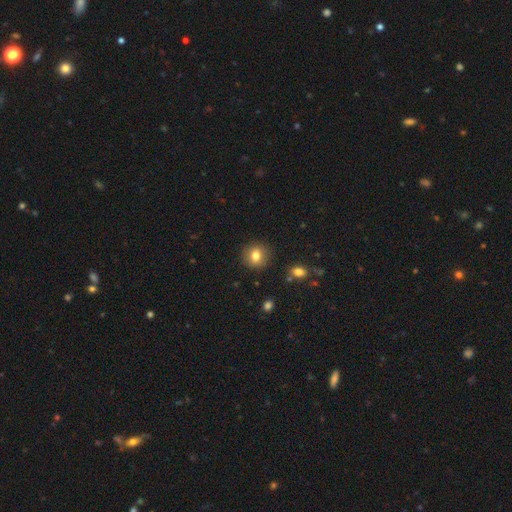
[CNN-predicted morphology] The model was most divided on "how rounded": round: 82%, in between: 17%, cigar-shaped: 1%. More confident: merging — none (89%); smooth or featured — smooth (80%).